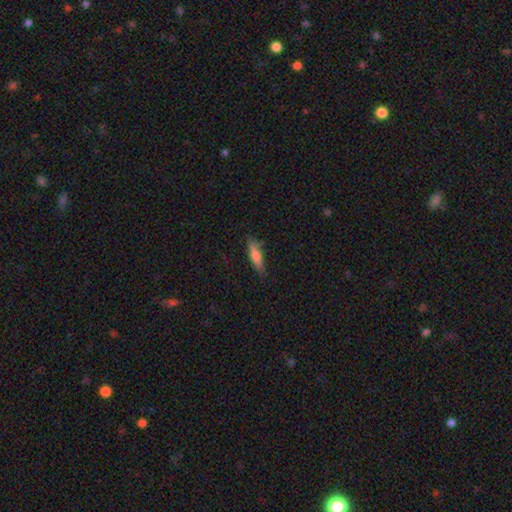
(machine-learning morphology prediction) Smooth or featured: smooth — 66% (featured or disk — 28%)
How rounded: cigar-shaped — 71% (in between — 27%)
Merging: none — 80% (minor disturbance — 15%)